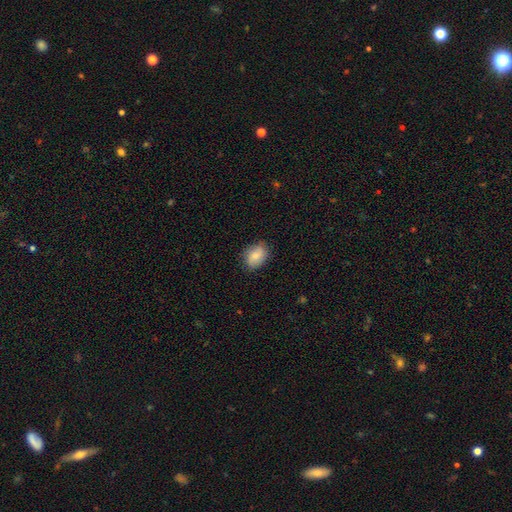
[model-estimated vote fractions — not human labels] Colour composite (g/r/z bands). It shows a smooth galaxy with no disk features (78%) that is in between round and cigar-shaped (72%). Merging: none (82%).